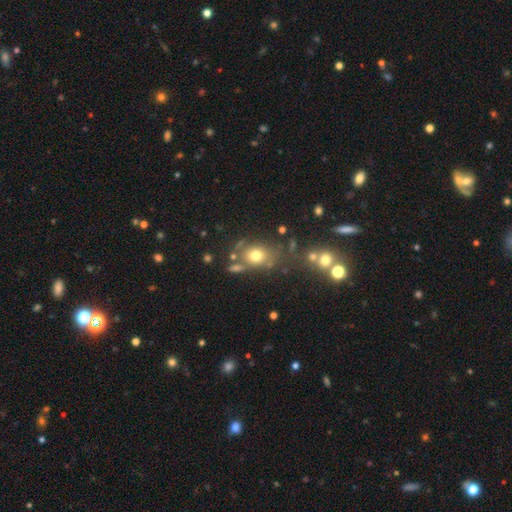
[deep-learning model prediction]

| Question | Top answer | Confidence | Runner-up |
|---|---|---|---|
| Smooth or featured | smooth | 70% | featured or disk (16%) |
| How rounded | in between | 52% | round (47%) |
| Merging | none | 59% | minor disturbance (16%) |